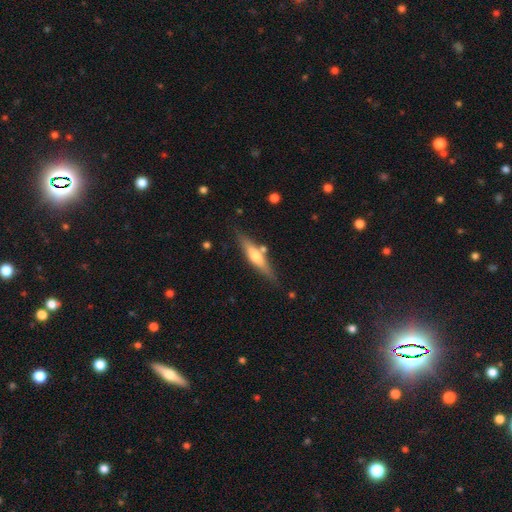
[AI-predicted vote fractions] This is possibly a featured or disk galaxy (53%). It is clearly viewed edge-on (92%). Merging: likely none (77%).